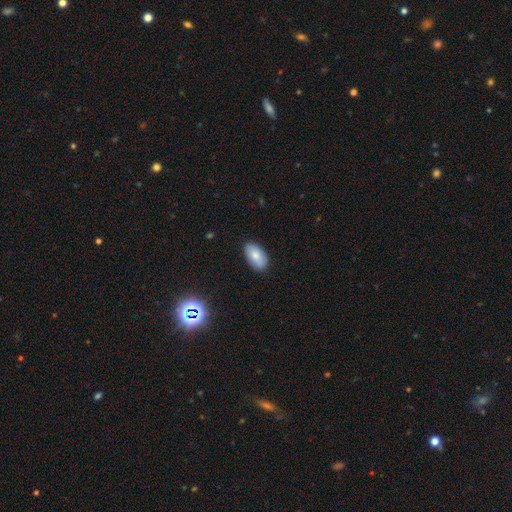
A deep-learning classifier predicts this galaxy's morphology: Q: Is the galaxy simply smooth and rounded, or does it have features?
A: smooth — 77%.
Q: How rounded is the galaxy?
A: in between — 94%.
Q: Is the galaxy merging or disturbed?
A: none — 82%.